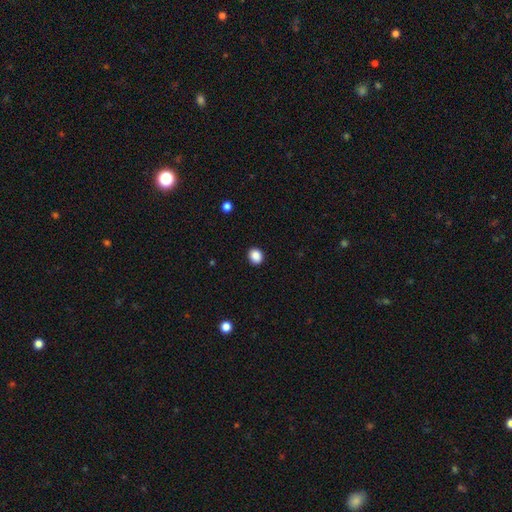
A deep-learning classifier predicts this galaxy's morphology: smooth-or-featured: smooth: 88% | star or artifact: 9% | featured or disk: 3%
  how-rounded: round: 70% | in between: 29% | cigar-shaped: 1%
  merging: none: 91% | minor disturbance: 6% | major disturbance: 2% | merger: 1%